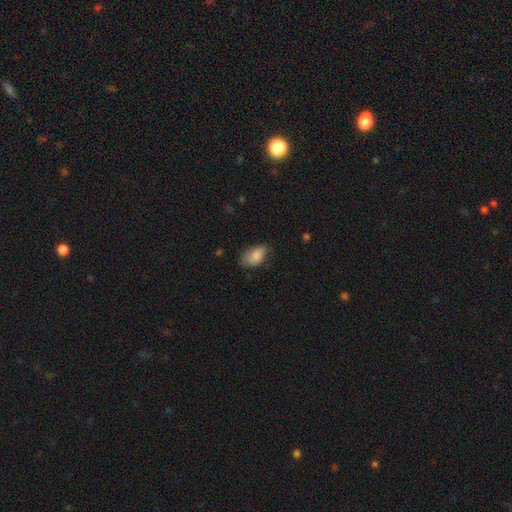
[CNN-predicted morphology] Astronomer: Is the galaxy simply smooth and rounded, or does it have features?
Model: smooth — 81%.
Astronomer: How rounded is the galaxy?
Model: in between — 91%.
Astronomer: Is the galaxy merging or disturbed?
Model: none — 57% (runner-up: minor disturbance, 33%).